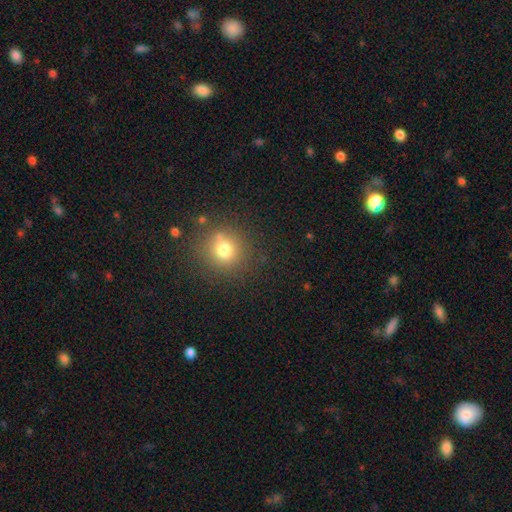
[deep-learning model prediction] Morphology: type=smooth (67%); roundness=round (90%); merging=none (88%).